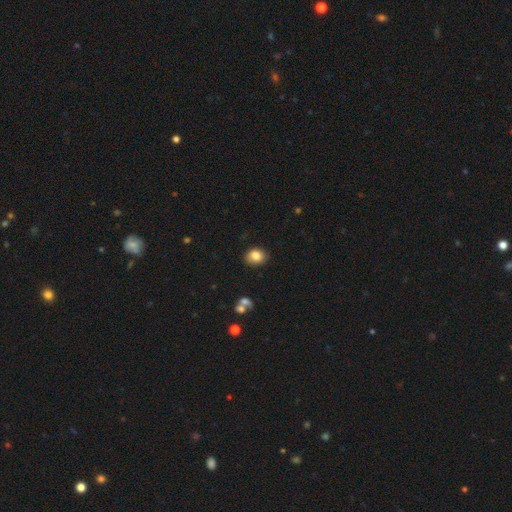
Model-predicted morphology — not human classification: smooth_or_featured: smooth (p=0.84) [alt: star or artifact p=0.09]
how_rounded: in between (p=0.50) [alt: round p=0.49]
merging: none (p=0.85) [alt: minor disturbance p=0.11]